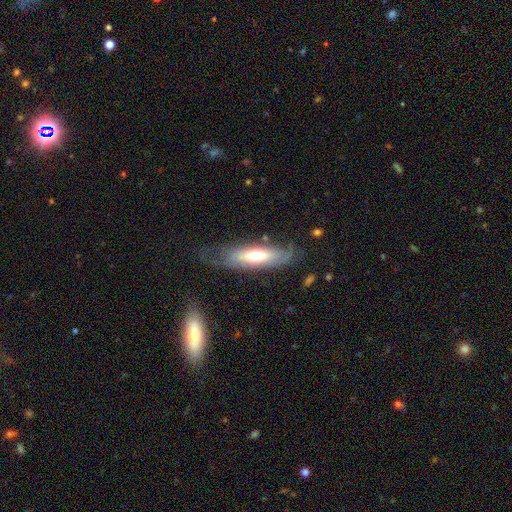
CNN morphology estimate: type=featured or disk (49%); merging=none (55%).